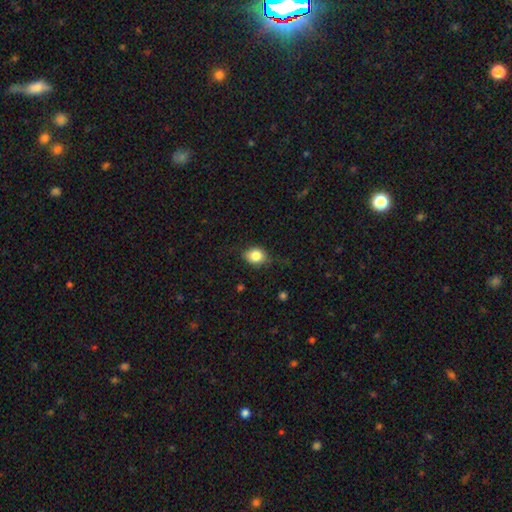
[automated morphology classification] type=smooth (81%); roundness=round (53%); merging=none (71%).